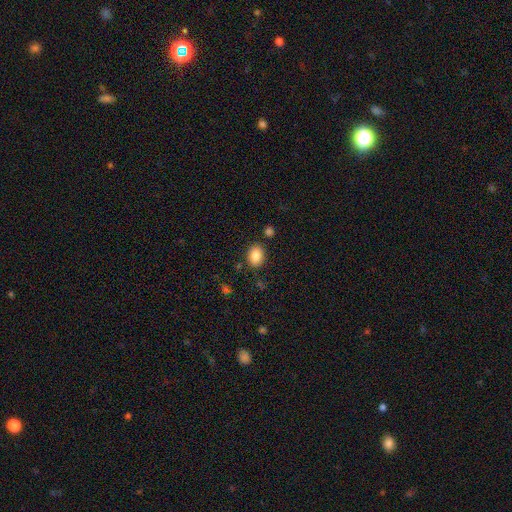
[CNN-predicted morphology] Smooth or featured? Predicted: smooth (p=0.86). How rounded? Predicted: in between (p=0.71). Merging? Predicted: none (p=0.84).